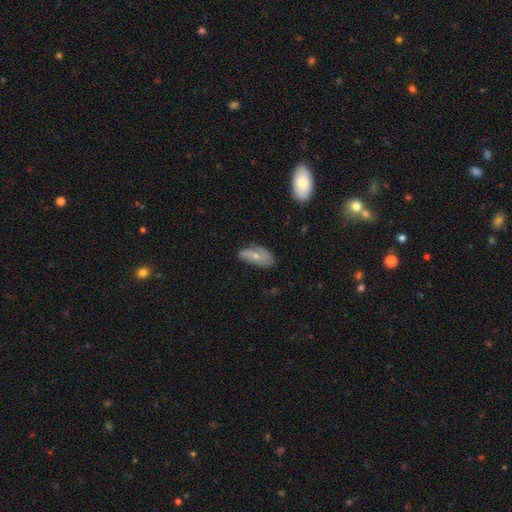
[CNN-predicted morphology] smooth-or-featured: featured or disk: 46% (tied) | smooth: 46% (tied) | star or artifact: 8%
  merging: none: 58% | minor disturbance: 30% | major disturbance: 9% | merger: 2%